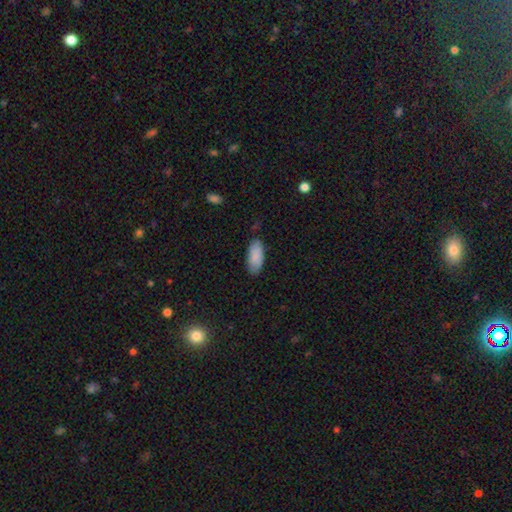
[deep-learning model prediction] The model was most divided on "merging": none: 81%, minor disturbance: 15%, major disturbance: 3%, merger: 1%. More confident: smooth or featured — smooth (88%); how rounded — in between (87%).